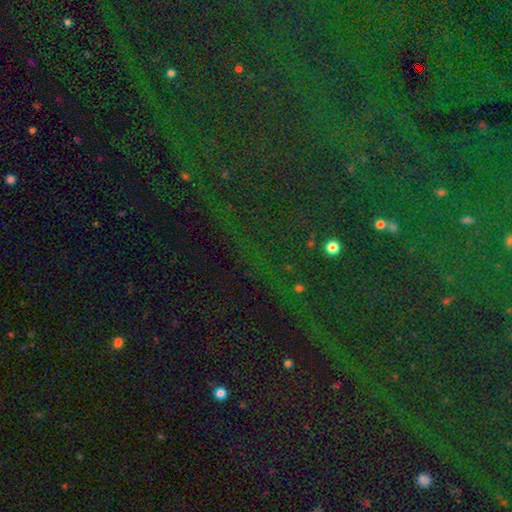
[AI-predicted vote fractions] A star or artifact, not a galaxy (83%).